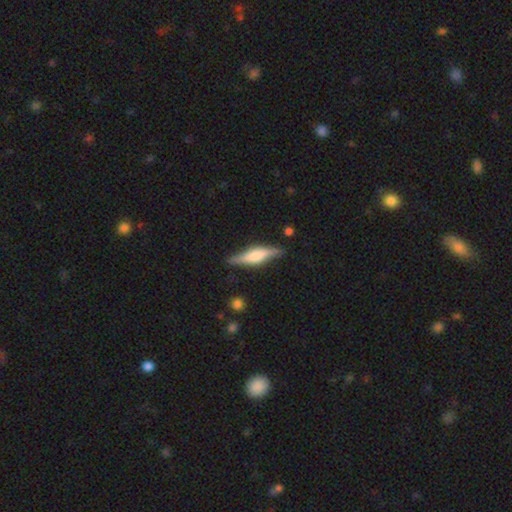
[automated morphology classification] smooth_or_featured: featured or disk (p=0.56) [alt: smooth p=0.38]
disk_edge_on: yes (p=0.92) [alt: no p=0.08]
edge_on_bulge: rounded (p=0.53) [alt: boxy p=0.37]
merging: none (p=0.80) [alt: minor disturbance p=0.15]